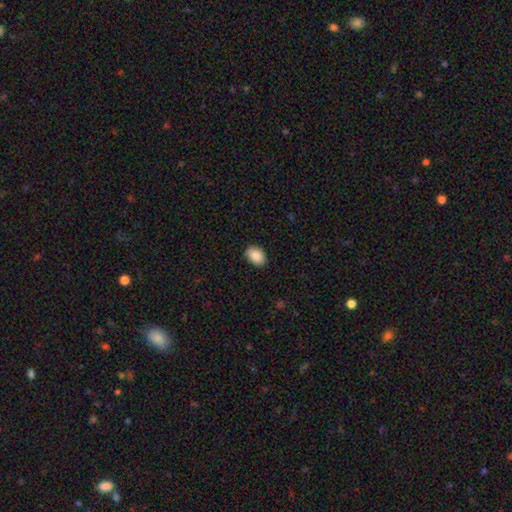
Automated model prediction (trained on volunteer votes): A smooth galaxy with no disk features (89%) that is in between round and cigar-shaped (84%). Merging: none (87%).